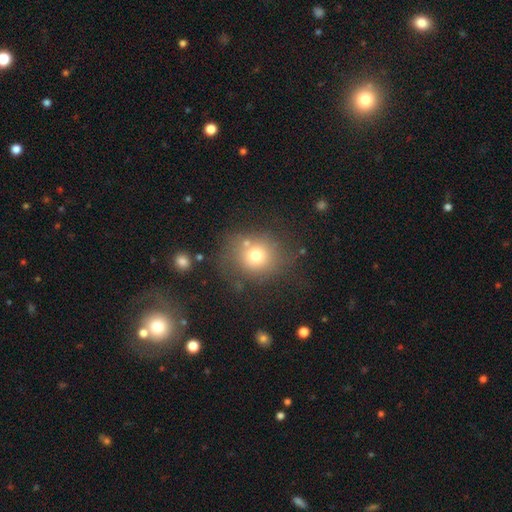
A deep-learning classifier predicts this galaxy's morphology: The model was most divided on "merging": none: 66%, minor disturbance: 17%, major disturbance: 10%, merger: 8%. More confident: how rounded — round (82%); smooth or featured — smooth (72%).